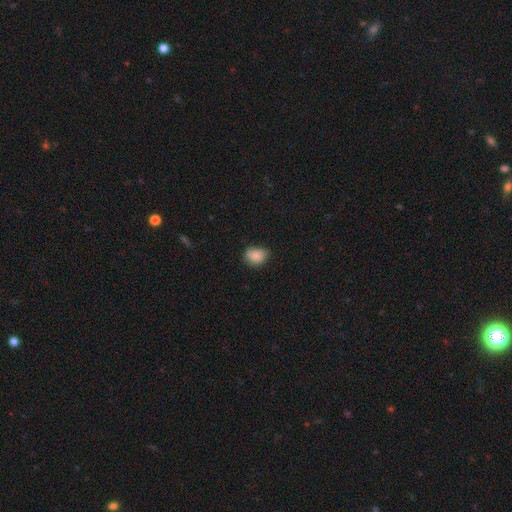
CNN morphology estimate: smooth_or_featured: smooth (p=0.82) [alt: featured or disk p=0.10]
how_rounded: in between (p=0.62) [alt: round p=0.37]
merging: none (p=0.57) [alt: minor disturbance p=0.35]